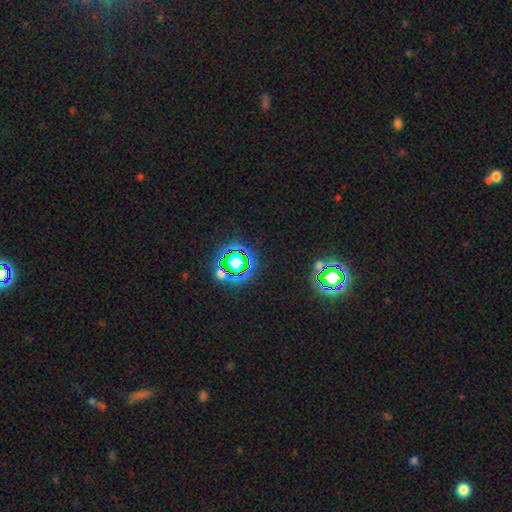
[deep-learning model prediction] Q: Smooth or featured?
A: star or artifact (78%); runner-up: smooth (15%)